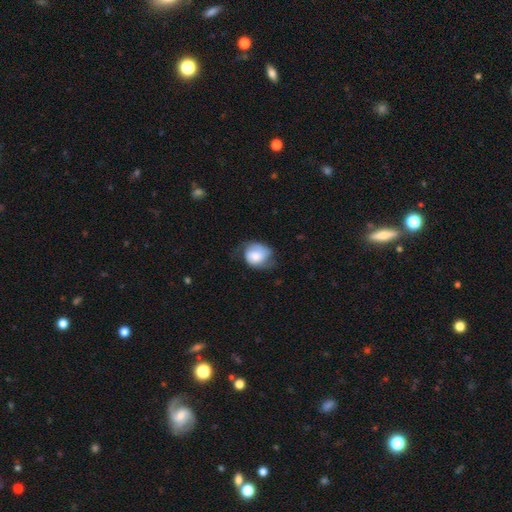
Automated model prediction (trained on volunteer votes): This appears to be a smooth galaxy with no disk features (61%) that is round (57%). Merging: none (41%).